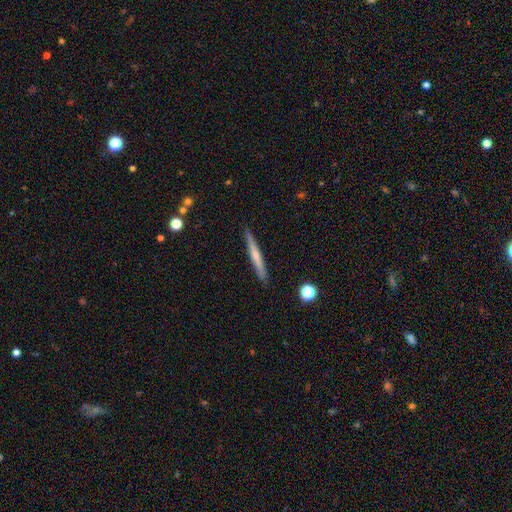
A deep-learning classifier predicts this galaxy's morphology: smooth-or-featured: featured or disk: 49% | smooth: 45% | star or artifact: 6%
  merging: none: 91% | minor disturbance: 7% | major disturbance: 1% | merger: 1%